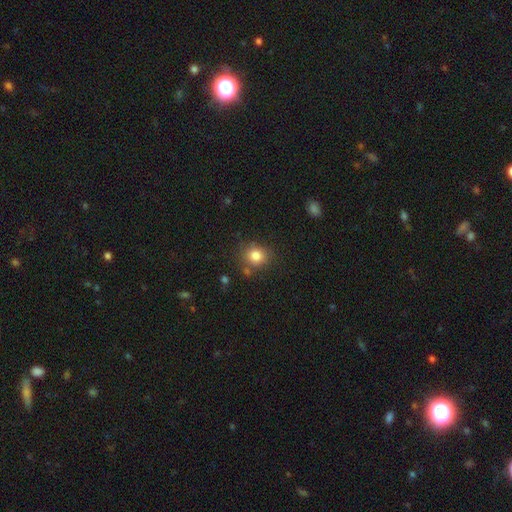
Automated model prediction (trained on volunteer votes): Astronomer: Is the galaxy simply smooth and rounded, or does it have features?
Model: smooth — 82%.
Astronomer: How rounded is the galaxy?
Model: round — 78%.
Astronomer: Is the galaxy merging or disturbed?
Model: none — 77%.